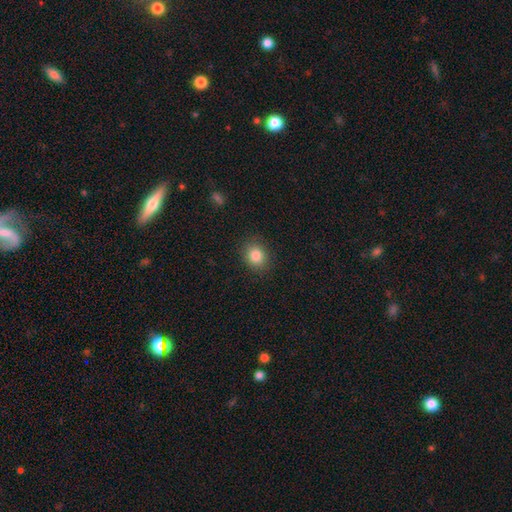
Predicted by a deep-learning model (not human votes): Smooth or featured: smooth — 84% (star or artifact — 10%)
How rounded: round — 62% (in between — 37%)
Merging: none — 87% (minor disturbance — 9%)